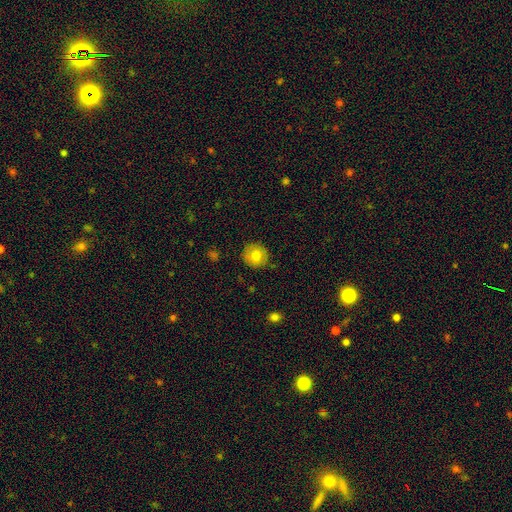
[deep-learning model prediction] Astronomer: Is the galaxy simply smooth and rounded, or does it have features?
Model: smooth — 76%.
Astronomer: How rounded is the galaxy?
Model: round — 92%.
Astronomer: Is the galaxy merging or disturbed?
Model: none — 86%.